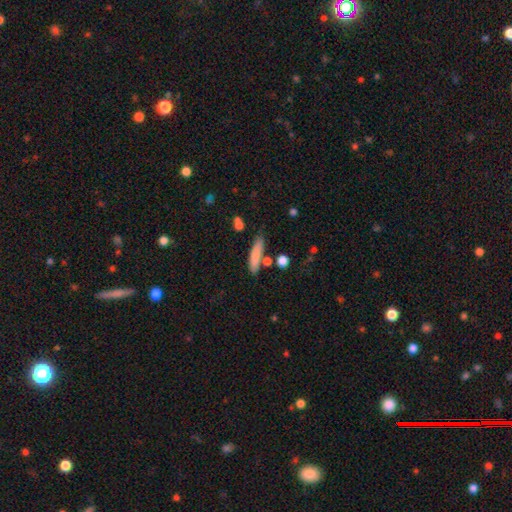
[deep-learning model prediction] Q: Smooth or featured?
A: smooth (80%); runner-up: featured or disk (13%)
Q: How rounded?
A: cigar-shaped (76%); runner-up: in between (21%)
Q: Merging?
A: none (74%); runner-up: minor disturbance (13%)